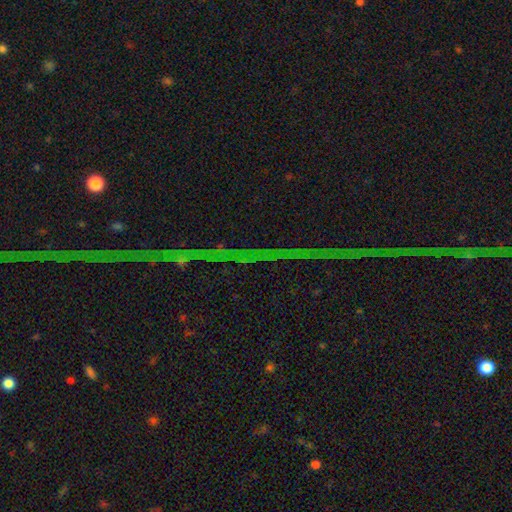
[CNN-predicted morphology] smooth_or_featured: star or artifact (p=0.77) [alt: featured or disk p=0.14]